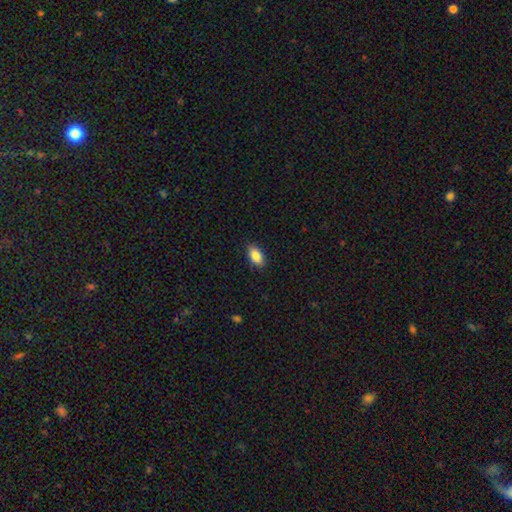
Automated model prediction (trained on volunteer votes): Morphology: type=smooth (87%); roundness=in between (92%); merging=none (88%).